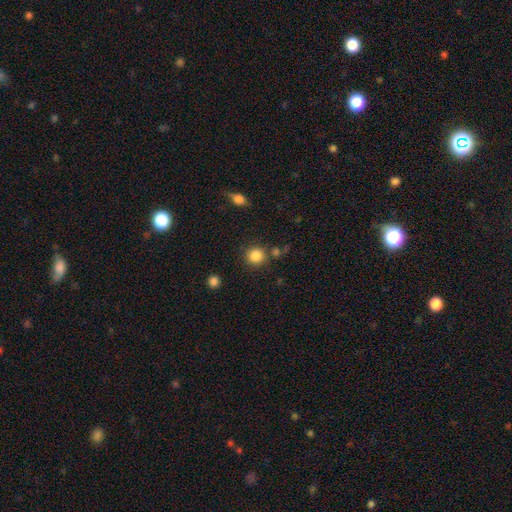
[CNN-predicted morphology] A smooth galaxy with no disk features (85%) that is round (91%). Merging: none (82%).